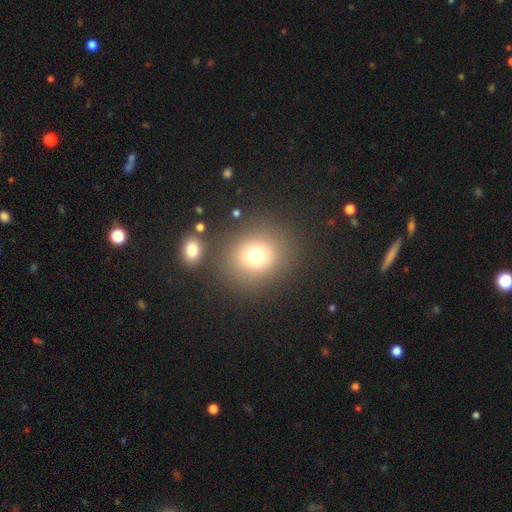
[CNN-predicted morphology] The model was most divided on "smooth or featured": smooth: 73%, star or artifact: 17%, featured or disk: 11%. More confident: how rounded — round (79%); merging — none (78%).